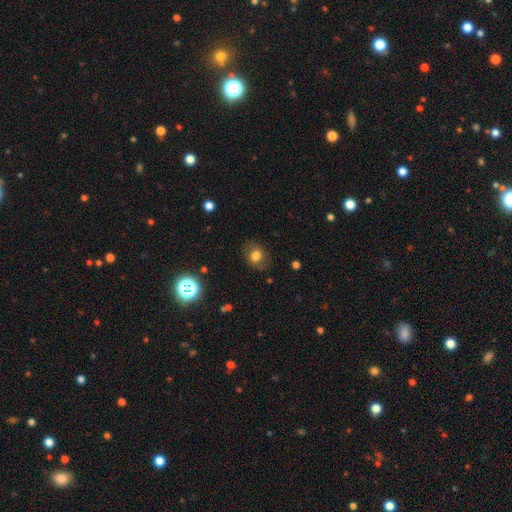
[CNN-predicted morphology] Overall: smooth (75%). How rounded: round (59%; in between 40%). Merging: none (82%).